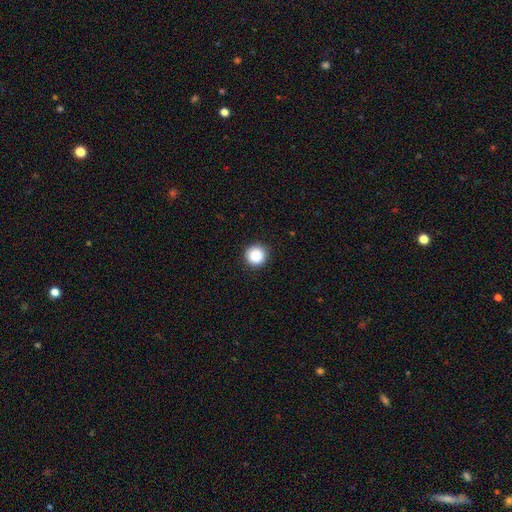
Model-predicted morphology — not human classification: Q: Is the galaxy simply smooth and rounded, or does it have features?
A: smooth — 88%.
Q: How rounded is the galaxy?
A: round — 96%.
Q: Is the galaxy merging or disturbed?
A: none — 91%.